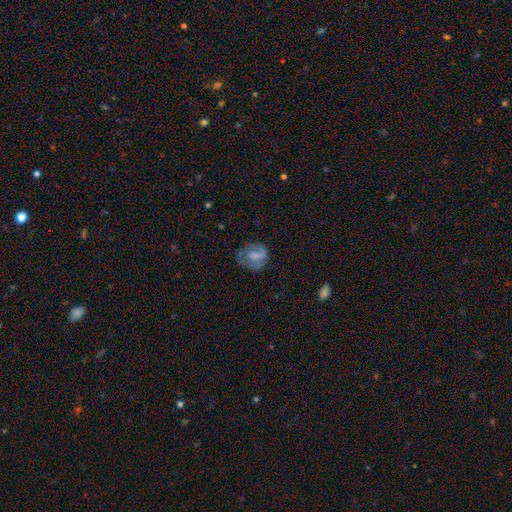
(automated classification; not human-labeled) This appears to be a smooth galaxy with no disk features (57%) that is round (58%). Merging: none (50%).